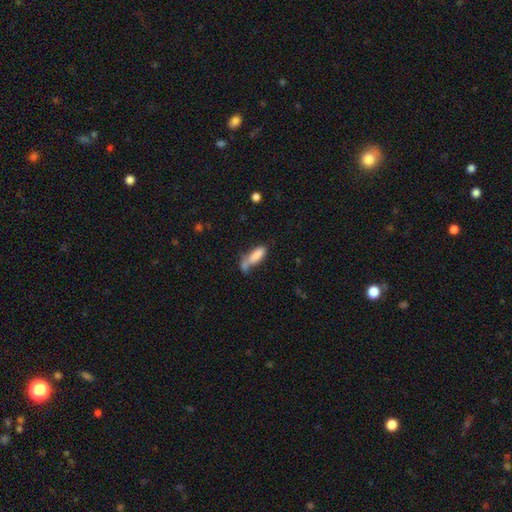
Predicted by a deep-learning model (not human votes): Smooth or featured? smooth (81%)
How rounded? in between (57%)
Merging? none (35%)